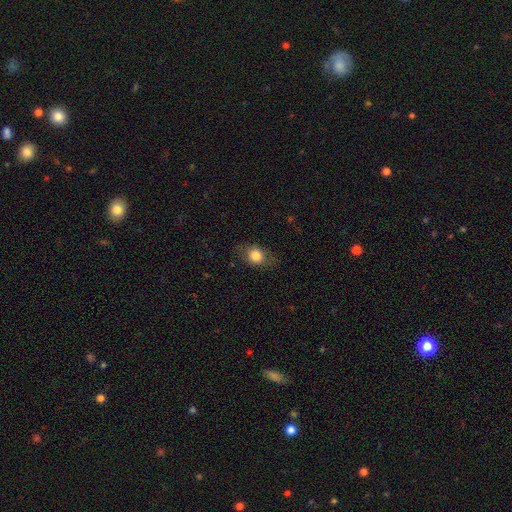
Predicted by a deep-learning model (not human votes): This appears to be a smooth galaxy with no disk features (78%) that is in between round and cigar-shaped (54%). Merging: none (76%).